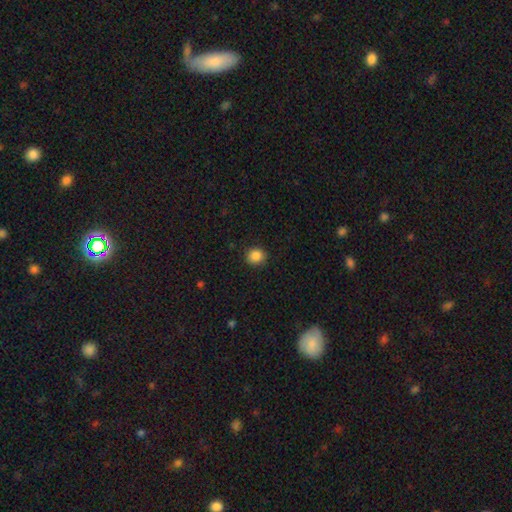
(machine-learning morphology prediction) A smooth galaxy with no disk features (87%) that is round (86%). Merging: none (89%).